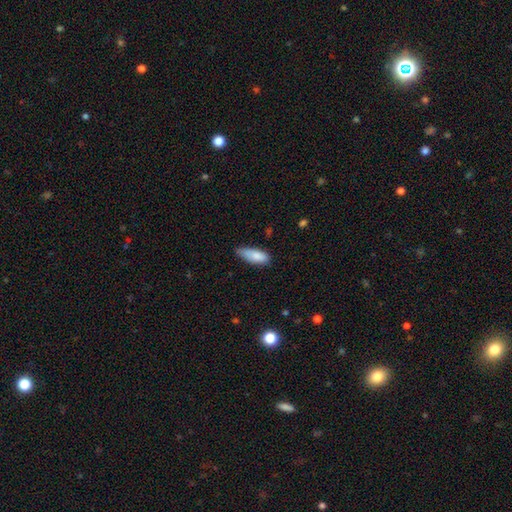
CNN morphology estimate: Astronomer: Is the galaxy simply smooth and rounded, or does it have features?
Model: smooth — 85%.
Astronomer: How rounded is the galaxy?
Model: in between — 72%.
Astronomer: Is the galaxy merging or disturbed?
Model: none — 53% (runner-up: minor disturbance, 39%).